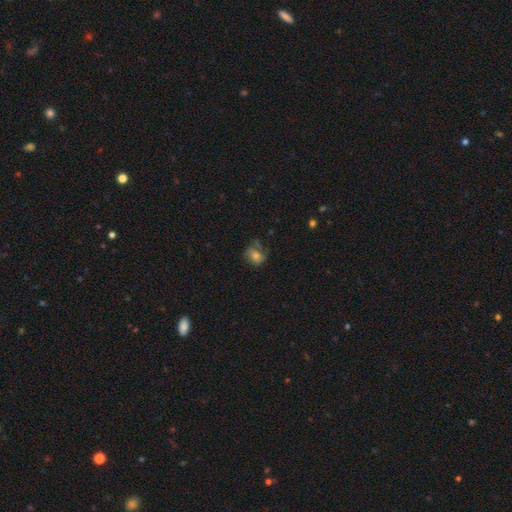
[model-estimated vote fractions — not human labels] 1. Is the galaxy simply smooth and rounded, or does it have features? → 67% smooth, 20% featured or disk, 13% star or artifact.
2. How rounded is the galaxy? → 64% round, 35% in between, 1% cigar-shaped.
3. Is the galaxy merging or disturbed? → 55% none, 28% minor disturbance, 13% major disturbance, 4% merger.